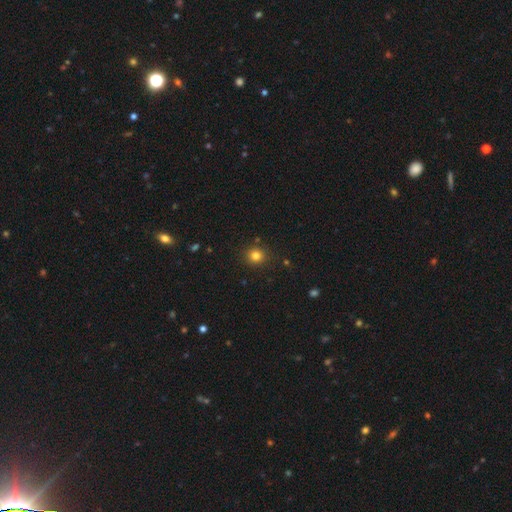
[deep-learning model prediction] Smooth or featured?
  - smooth: 80% *
  - star or artifact: 14%
  - featured or disk: 6%
How rounded?
  - round: 88% *
  - in between: 11%
  - cigar-shaped: 1%
Merging?
  - none: 87% *
  - minor disturbance: 8%
  - major disturbance: 2%
  - merger: 2%